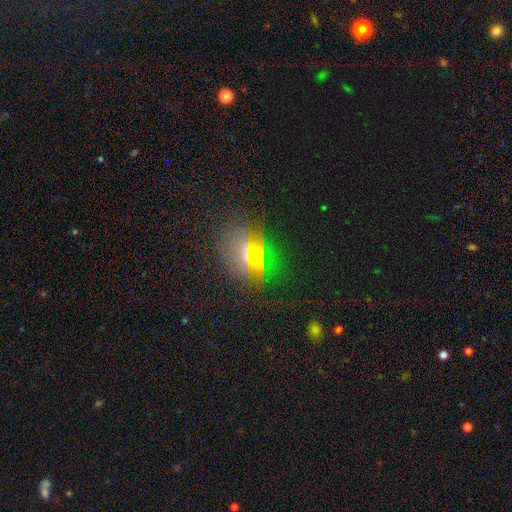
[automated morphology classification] smooth-or-featured: star or artifact: 39% | smooth: 36% | featured or disk: 25%